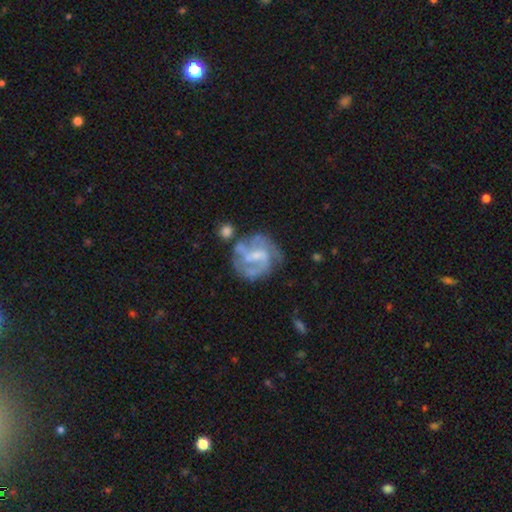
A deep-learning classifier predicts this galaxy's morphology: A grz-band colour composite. It shows a featured or disk galaxy (76%) with a weak bar (50%), 2 (40%) medium (46%) spiral arms (82%) and a small central bulge (39%). Merging: none (53%).